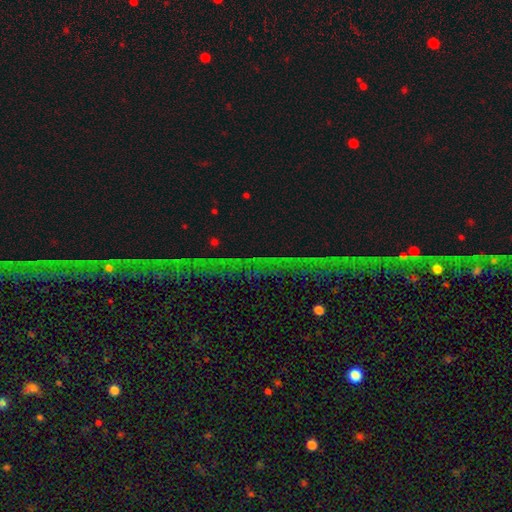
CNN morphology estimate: The model was most divided on "smooth or featured": star or artifact: 77%, featured or disk: 12%, smooth: 10%.